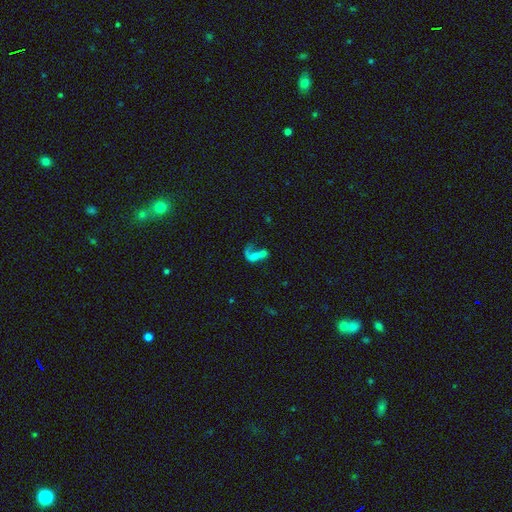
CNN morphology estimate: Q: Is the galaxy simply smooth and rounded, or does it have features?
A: featured or disk — 48%.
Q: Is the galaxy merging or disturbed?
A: major disturbance — 36%.